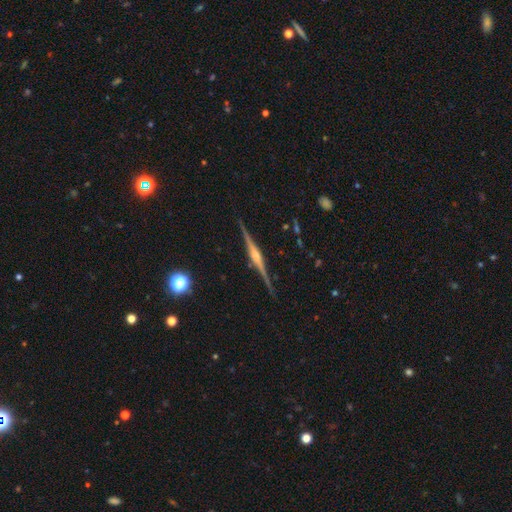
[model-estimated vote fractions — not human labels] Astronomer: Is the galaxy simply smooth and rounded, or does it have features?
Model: featured or disk — 86%.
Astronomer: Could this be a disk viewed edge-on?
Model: yes — 98%.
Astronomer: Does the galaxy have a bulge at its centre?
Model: rounded — 79%.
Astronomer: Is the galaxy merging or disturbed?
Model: none — 89%.